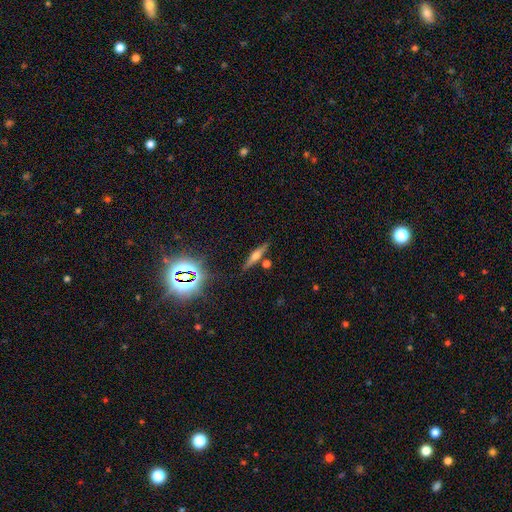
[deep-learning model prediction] Smooth or featured? featured or disk (56%)
Edge-on disk? yes (95%)
Edge-on bulge? rounded (87%)
Merging? none (80%)